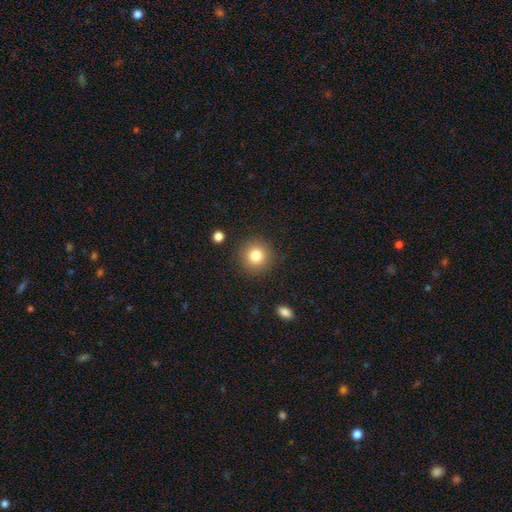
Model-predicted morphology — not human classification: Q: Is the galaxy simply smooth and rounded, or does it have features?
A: smooth — 81%.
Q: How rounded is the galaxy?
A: round — 94%.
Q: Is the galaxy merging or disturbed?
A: none — 89%.